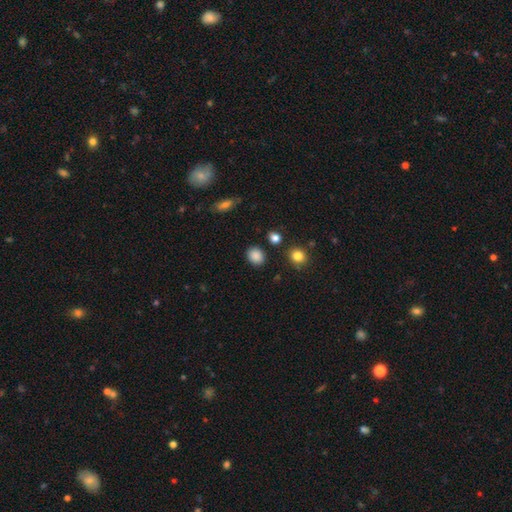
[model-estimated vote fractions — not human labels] A smooth galaxy with no disk features (87%) that is round (57%). Merging: none (86%).